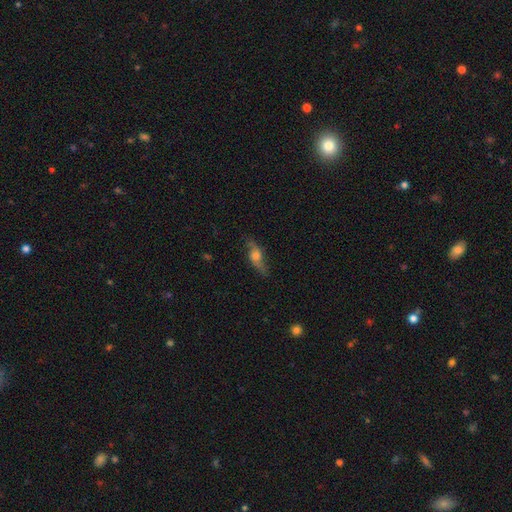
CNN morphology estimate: Smooth or featured: featured or disk — 57% (smooth — 34%)
Edge-on disk: no — 57% (yes — 43%)
Merging: none — 73% (minor disturbance — 18%)